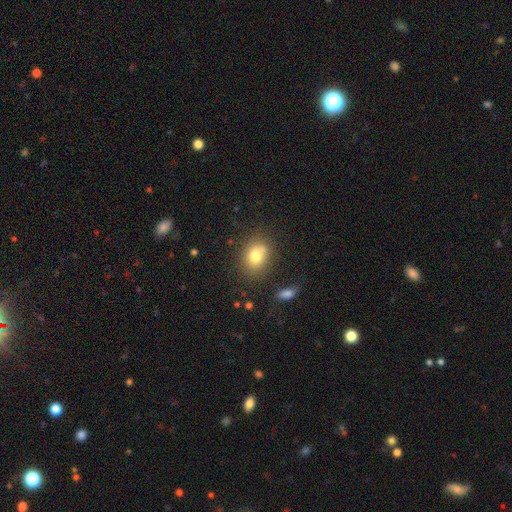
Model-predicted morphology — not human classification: smooth 77%, featured or disk 13%, star or artifact 10%. Down the decision tree: how rounded — in between (55%); merging — none (67%).